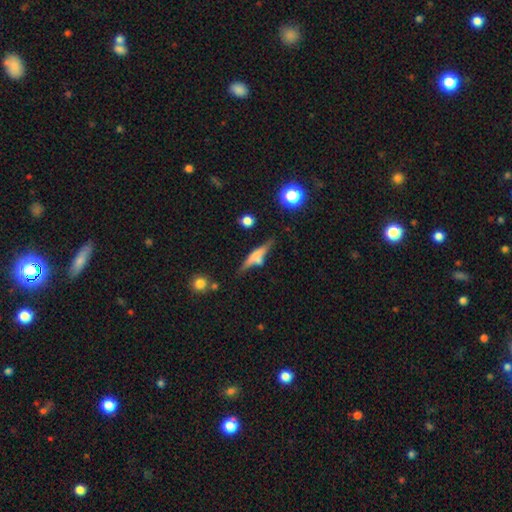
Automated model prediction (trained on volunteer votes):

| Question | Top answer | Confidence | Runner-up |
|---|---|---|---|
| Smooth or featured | smooth | 46% | featured or disk (45%) |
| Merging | none | 65% | minor disturbance (17%) |